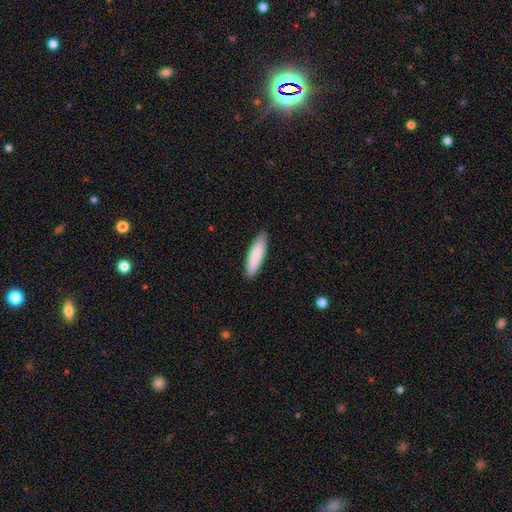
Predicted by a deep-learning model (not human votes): smooth-or-featured: smooth: 87% | featured or disk: 8% | star or artifact: 5%
  how-rounded: cigar-shaped: 64% | in between: 35% | round: 1%
  merging: none: 87% | minor disturbance: 11% | major disturbance: 2% | merger: 1%